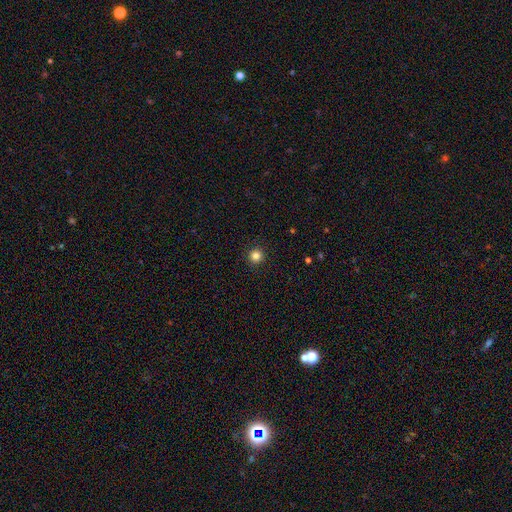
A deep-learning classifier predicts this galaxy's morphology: Smooth or featured? Predicted: smooth (p=0.84). How rounded? Predicted: round (p=0.96). Merging? Predicted: none (p=0.93).